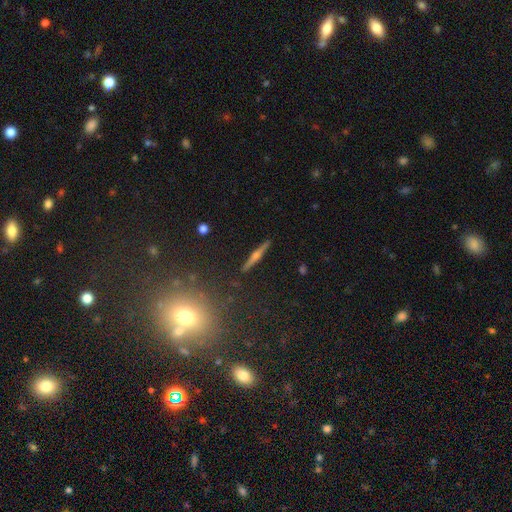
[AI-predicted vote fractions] featured or disk 69%, smooth 22%, star or artifact 9%. Down the decision tree: edge-on disk — yes (97%); edge-on bulge — rounded (85%); merging — none (90%).